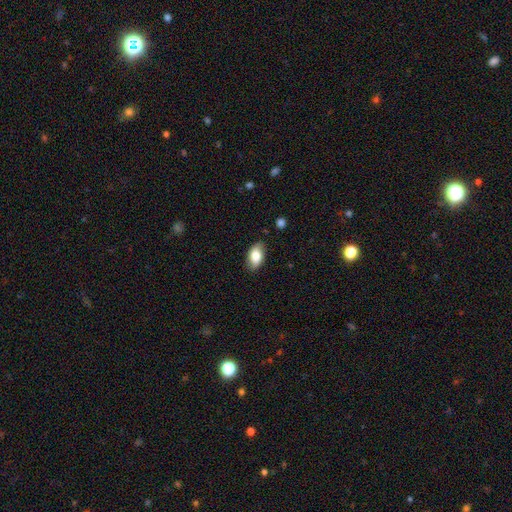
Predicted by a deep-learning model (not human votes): This appears to be a smooth galaxy with no disk features (79%) that is in between round and cigar-shaped (93%). Merging: none (83%).